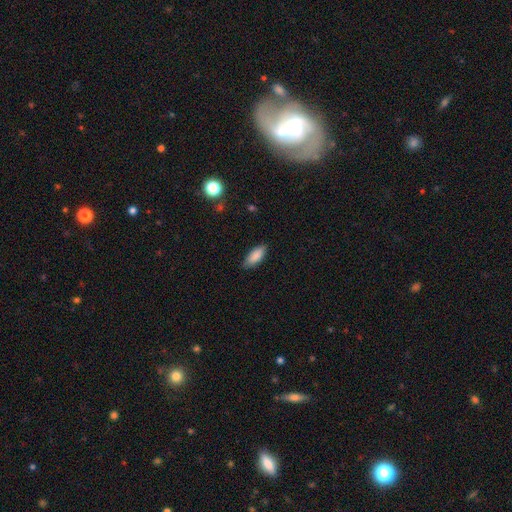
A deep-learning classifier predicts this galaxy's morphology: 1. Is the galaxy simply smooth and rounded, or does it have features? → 87% smooth, 6% featured or disk, 6% star or artifact.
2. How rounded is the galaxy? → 78% in between, 20% cigar-shaped, 2% round.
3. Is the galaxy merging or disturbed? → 84% none, 13% minor disturbance, 2% major disturbance, 1% merger.